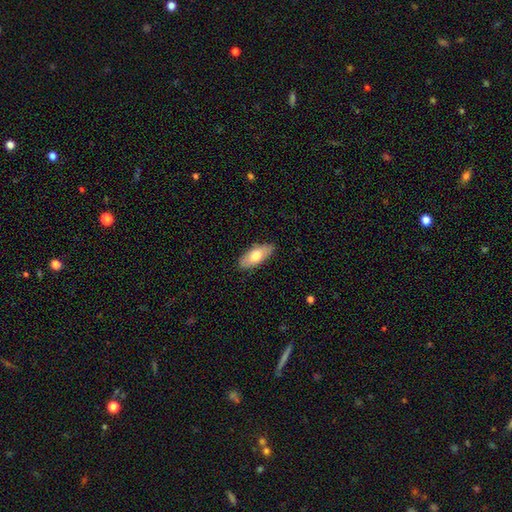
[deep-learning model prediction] A smooth galaxy with no disk features (70%) that is in between round and cigar-shaped (83%).

Vote fractions:
- Smooth or featured? smooth: 70% / featured or disk: 25% / star or artifact: 6%
- How rounded? in between: 83% / cigar-shaped: 15% / round: 3%
- Merging? none: 87% / minor disturbance: 10% / major disturbance: 2% / merger: 1%